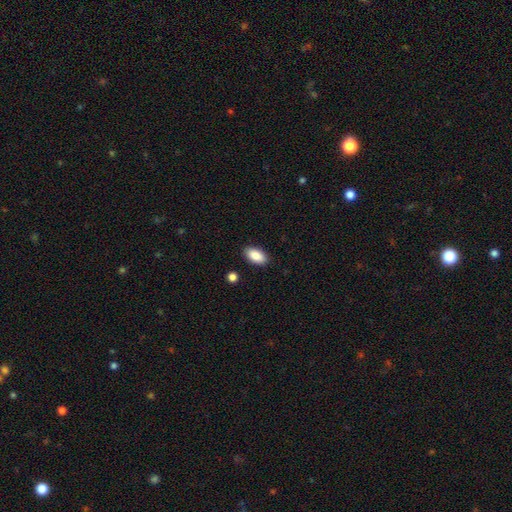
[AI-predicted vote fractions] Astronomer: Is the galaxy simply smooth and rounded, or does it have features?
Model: smooth — 89%.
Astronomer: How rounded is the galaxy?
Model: in between — 93%.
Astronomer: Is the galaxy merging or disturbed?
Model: none — 89%.